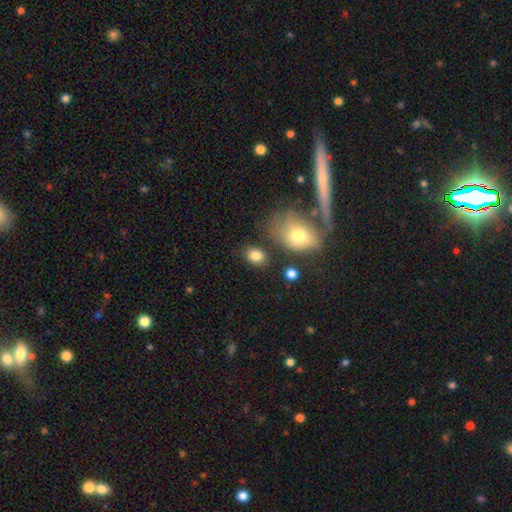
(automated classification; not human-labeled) Smooth or featured: smooth — 83% (star or artifact — 9%)
How rounded: in between — 63% (round — 36%)
Merging: none — 76% (minor disturbance — 13%)